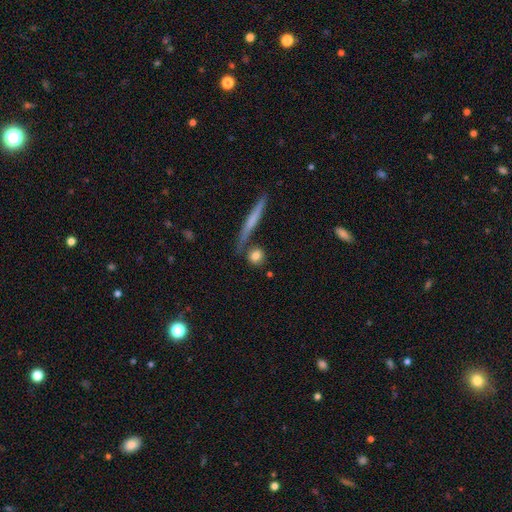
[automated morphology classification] This appears to be a smooth galaxy with no disk features (79%) that is round (77%). Merging: none (73%).